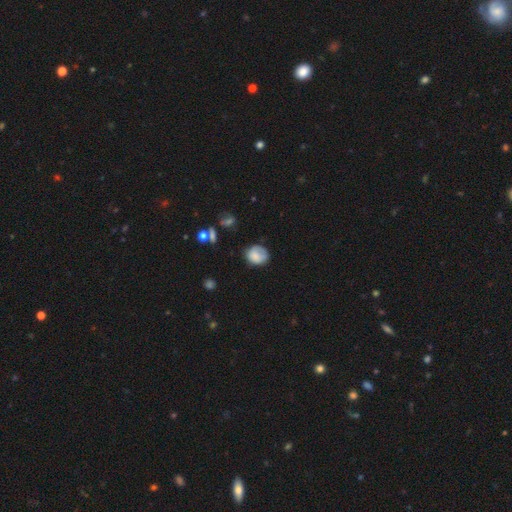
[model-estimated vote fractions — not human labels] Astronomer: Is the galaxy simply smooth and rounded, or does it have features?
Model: smooth — 78%.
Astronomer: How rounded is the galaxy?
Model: round — 64%.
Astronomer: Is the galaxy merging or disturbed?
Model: none — 58%.